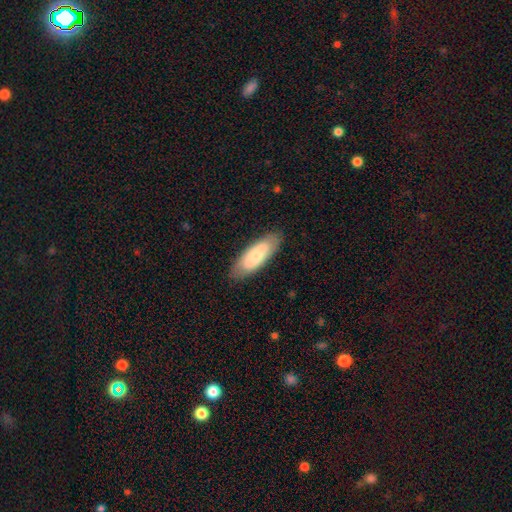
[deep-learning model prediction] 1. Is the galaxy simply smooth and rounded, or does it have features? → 68% smooth, 26% featured or disk, 5% star or artifact.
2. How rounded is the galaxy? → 69% in between, 29% cigar-shaped, 2% round.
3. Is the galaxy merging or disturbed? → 85% none, 11% minor disturbance, 3% major disturbance, 1% merger.